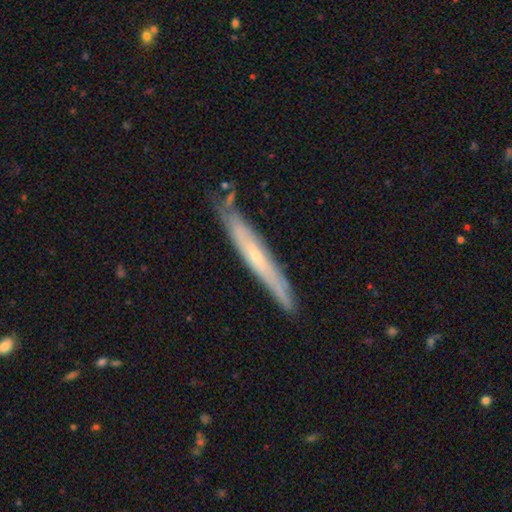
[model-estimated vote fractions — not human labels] A featured or disk galaxy (59%) viewed edge-on (86%) with no central bulge (58%). Merging: none (80%).